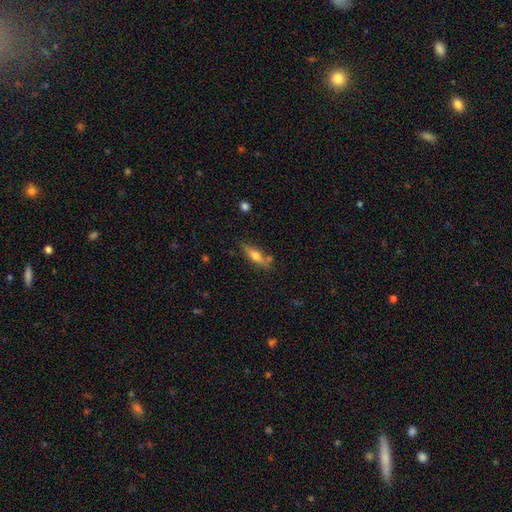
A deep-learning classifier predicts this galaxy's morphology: Smooth or featured? Predicted: smooth (p=0.54). How rounded? Predicted: cigar-shaped (p=0.59). Merging? Predicted: none (p=0.71).